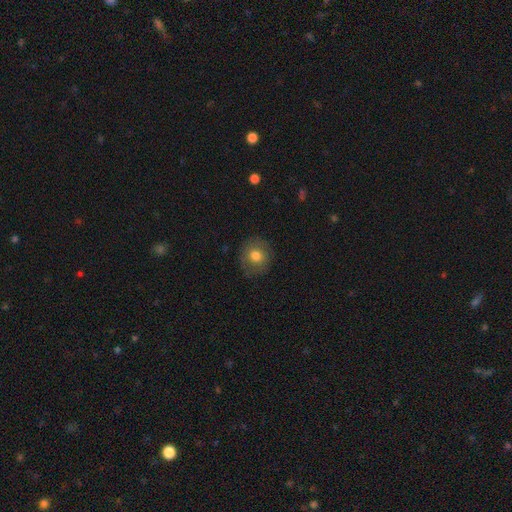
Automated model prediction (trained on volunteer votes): A smooth galaxy with no disk features (75%) that is round (90%). Merging: none (85%).